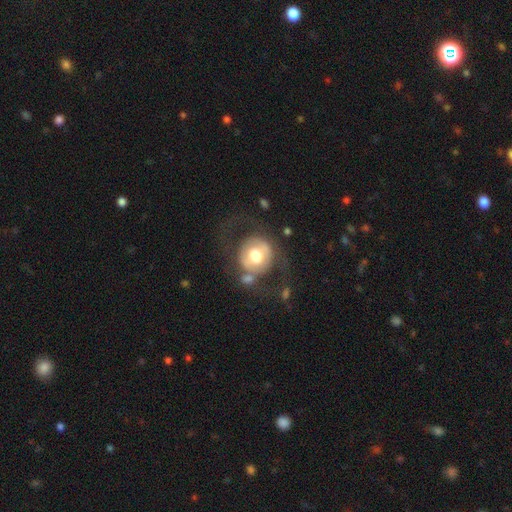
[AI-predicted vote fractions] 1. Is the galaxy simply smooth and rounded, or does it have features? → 47% smooth, 46% featured or disk, 7% star or artifact.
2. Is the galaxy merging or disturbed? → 52% none, 21% major disturbance, 17% minor disturbance, 10% merger.